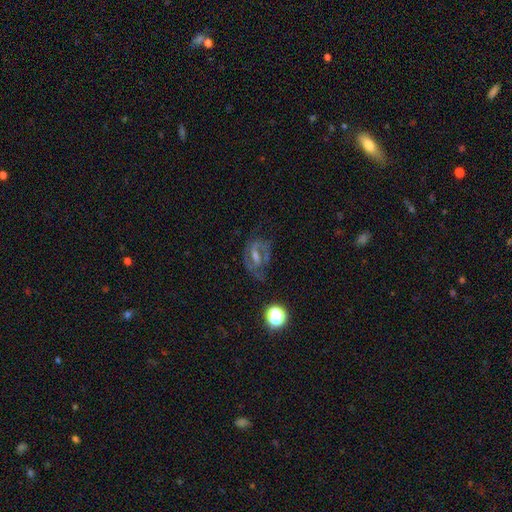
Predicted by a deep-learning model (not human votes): This is likely a featured or disk galaxy (60%). It is clearly not viewed edge-on (94%). Bar: marginally weak (42%). Spiral arm pattern: likely yes (69%). Central bulge: marginally small (41%). Merging: likely none (62%).